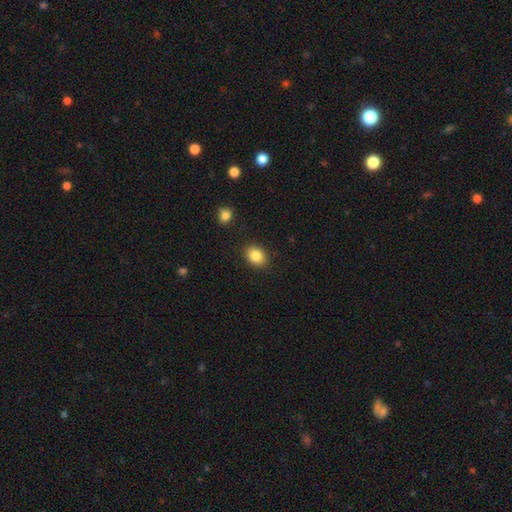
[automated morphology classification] type=smooth (86%); roundness=in between (57%); merging=none (87%).